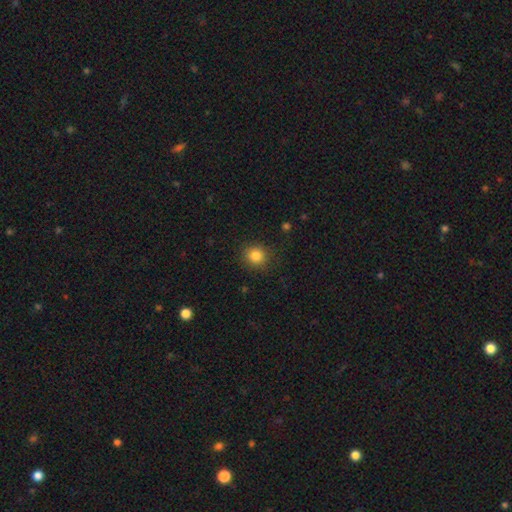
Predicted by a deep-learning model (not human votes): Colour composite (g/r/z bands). It shows a smooth galaxy with no disk features (84%) that is round (89%). Merging: none (88%).